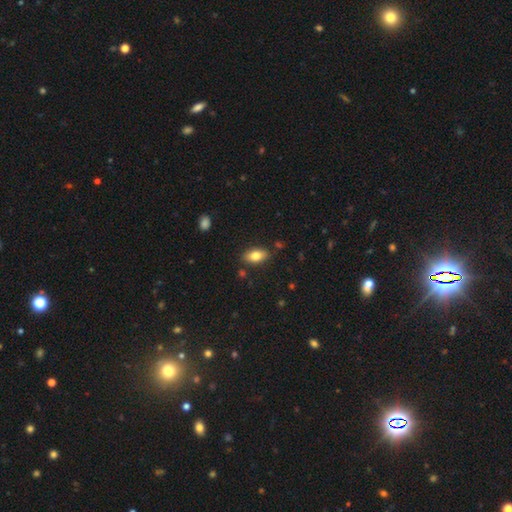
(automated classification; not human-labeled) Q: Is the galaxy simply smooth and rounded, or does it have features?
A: smooth — 79%.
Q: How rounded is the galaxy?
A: in between — 90%.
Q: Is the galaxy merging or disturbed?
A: none — 85%.